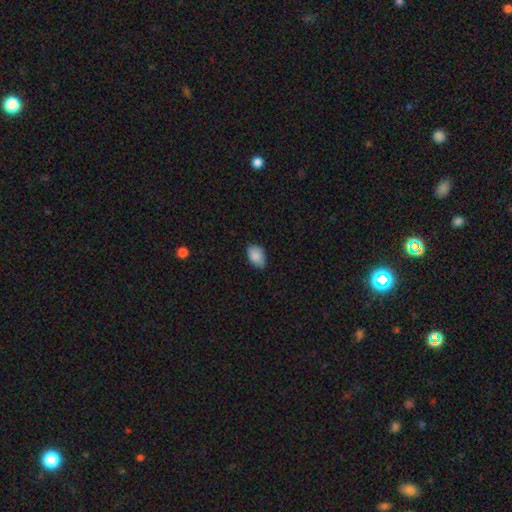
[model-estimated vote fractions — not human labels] This is clearly a smooth galaxy (87%). How rounded: clearly in between (88%). Merging: likely none (71%).